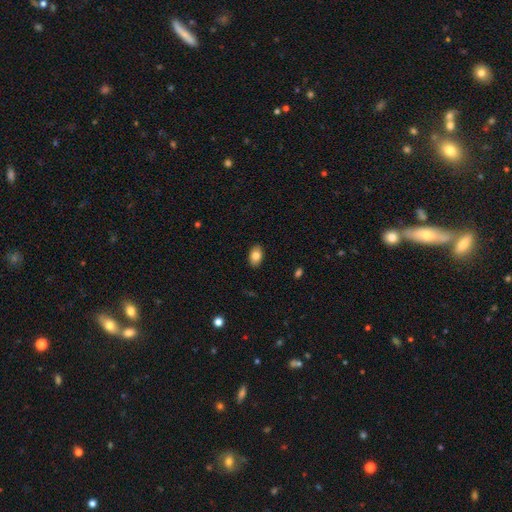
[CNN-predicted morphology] smooth 83%, featured or disk 9%, star or artifact 7%. Down the decision tree: how rounded — in between (89%); merging — none (89%).